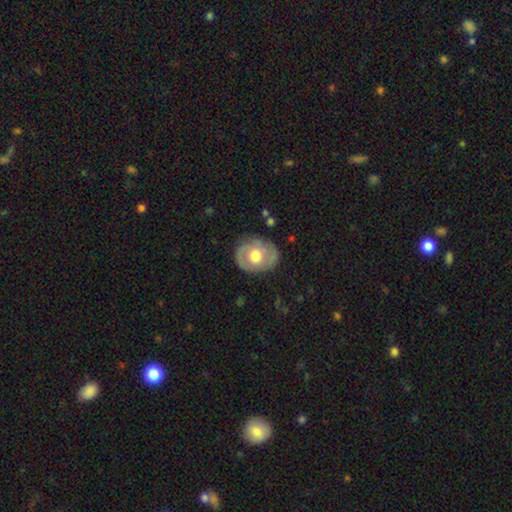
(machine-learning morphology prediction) This is possibly a featured or disk galaxy (54%). It is clearly not viewed edge-on (95%). Bar: likely no (76%). Spiral arm pattern: possibly no (55%). Central bulge: possibly moderate (55%). Merging: likely none (77%).